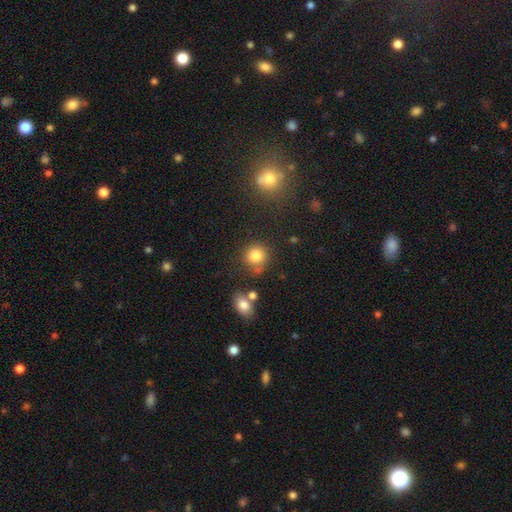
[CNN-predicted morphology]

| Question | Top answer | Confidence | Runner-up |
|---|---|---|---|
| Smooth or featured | smooth | 82% | star or artifact (12%) |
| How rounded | round | 85% | in between (14%) |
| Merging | none | 69% | minor disturbance (16%) |